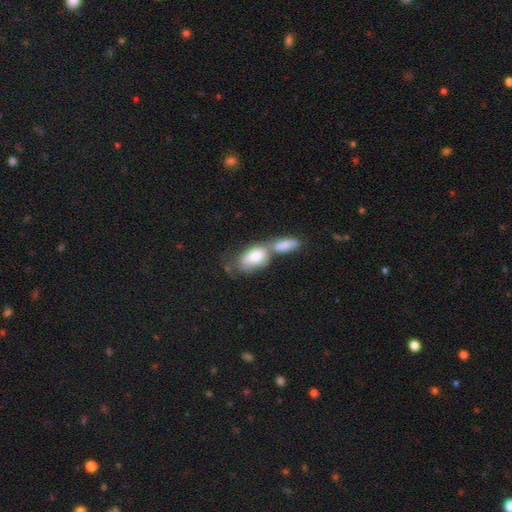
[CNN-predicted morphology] Smooth or featured? smooth (76%)
How rounded? in between (90%)
Merging? merger (62%)